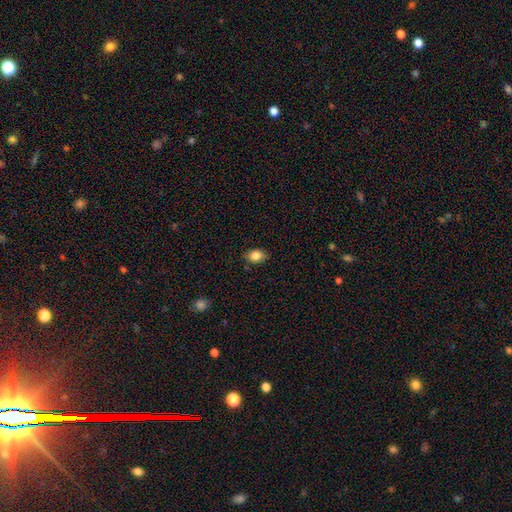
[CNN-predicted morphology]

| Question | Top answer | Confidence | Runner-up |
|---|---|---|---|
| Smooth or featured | smooth | 84% | star or artifact (8%) |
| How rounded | in between | 80% | round (19%) |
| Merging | none | 84% | minor disturbance (12%) |